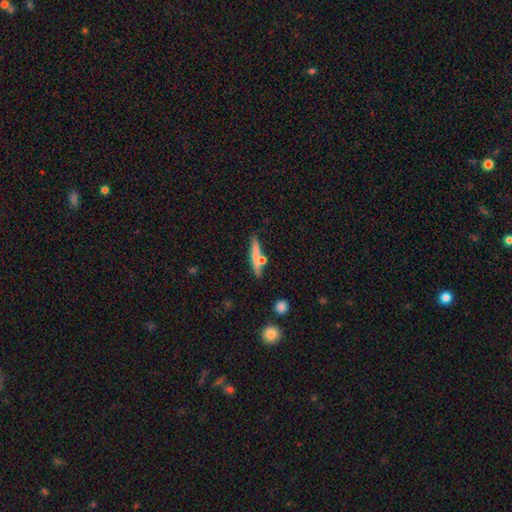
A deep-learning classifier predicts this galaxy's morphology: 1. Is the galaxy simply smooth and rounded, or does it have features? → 62% smooth, 31% featured or disk, 7% star or artifact.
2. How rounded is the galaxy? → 88% cigar-shaped, 9% in between, 3% round.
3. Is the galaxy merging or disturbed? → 70% none, 14% minor disturbance, 13% merger, 4% major disturbance.